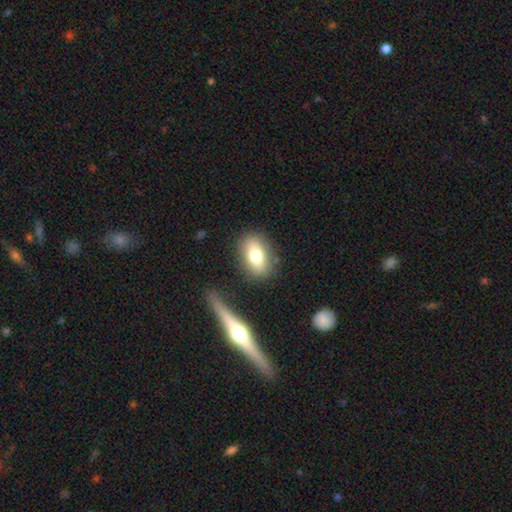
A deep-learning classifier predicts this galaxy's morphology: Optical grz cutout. It shows a smooth galaxy with no disk features (71%) that is in between round and cigar-shaped (79%). Merging: none (80%).